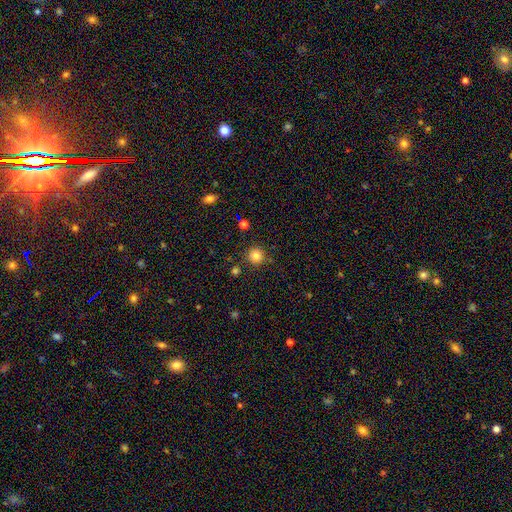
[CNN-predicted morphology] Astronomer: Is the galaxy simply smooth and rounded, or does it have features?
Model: smooth — 83%.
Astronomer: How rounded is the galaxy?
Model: round — 94%.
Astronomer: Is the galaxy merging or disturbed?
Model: none — 85%.